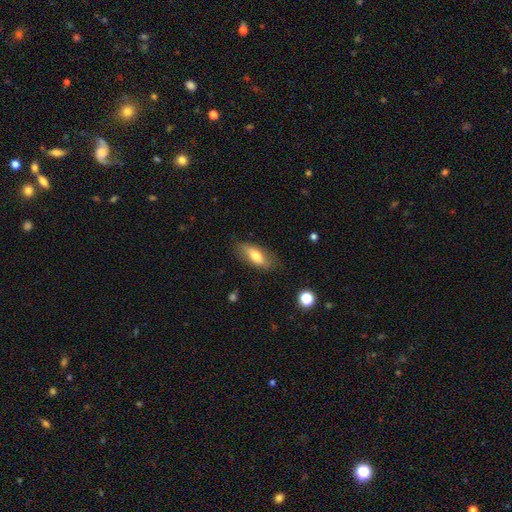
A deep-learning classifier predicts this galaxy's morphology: This is likely a smooth galaxy (64%). How rounded: likely in between (77%). Merging: likely none (75%).